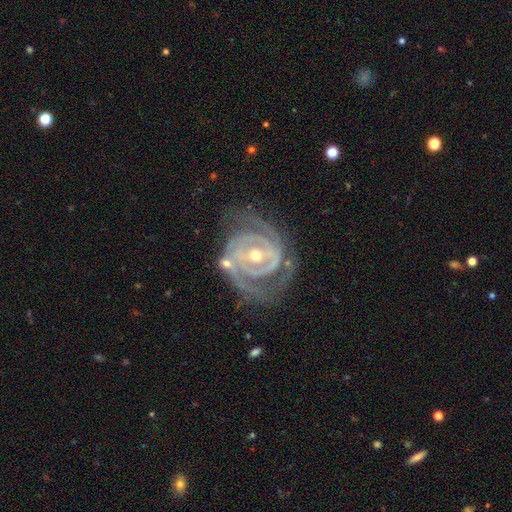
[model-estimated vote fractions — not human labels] Smooth or featured? Predicted: featured or disk (p=0.91). Edge-on disk? Predicted: no (p=0.97). Bar? Predicted: weak (p=0.36). Spiral arms? Predicted: yes (p=0.97). Spiral winding? Predicted: tight (p=0.74). Spiral arm count? Predicted: 2 (p=0.56). Bulge size? Predicted: small (p=0.51). Merging? Predicted: none (p=0.65).